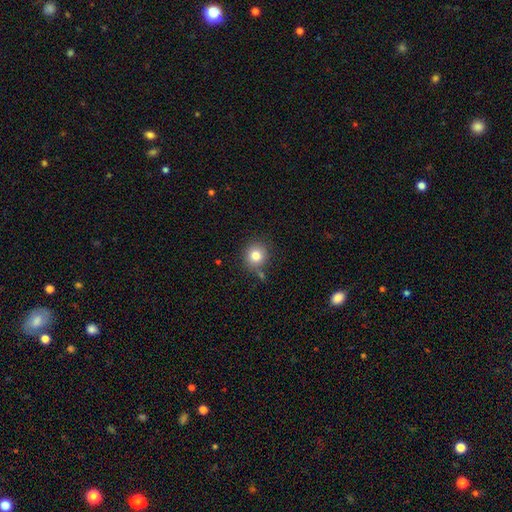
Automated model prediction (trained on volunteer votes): A smooth galaxy with no disk features (80%) that is round (89%).

Vote fractions:
- Smooth or featured? smooth: 80% / star or artifact: 12% / featured or disk: 8%
- How rounded? round: 89% / in between: 10% / cigar-shaped: 1%
- Merging? none: 76% / minor disturbance: 13% / merger: 7% / major disturbance: 4%